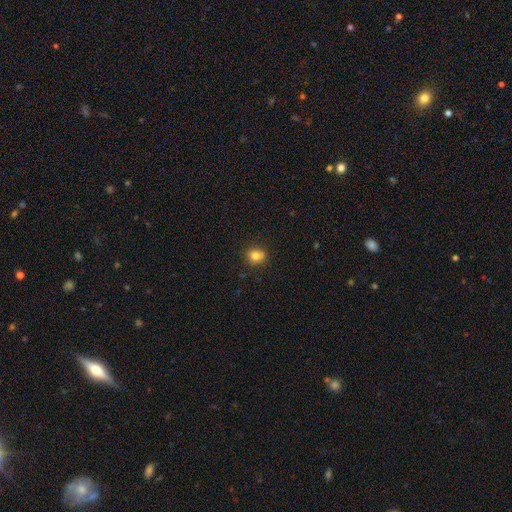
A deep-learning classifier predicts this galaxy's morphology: smooth 80%, star or artifact 12%, featured or disk 8%. Down the decision tree: how rounded — round (81%); merging — none (79%).